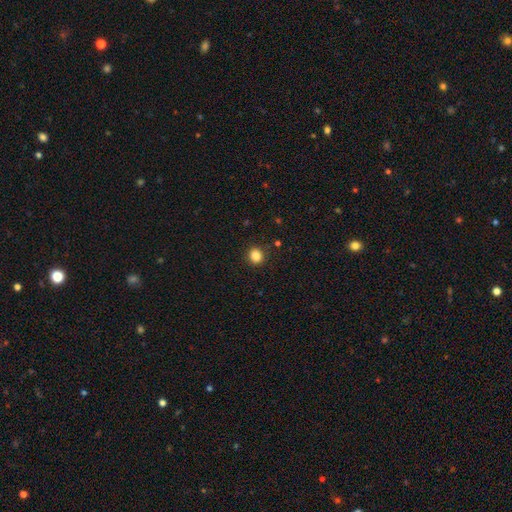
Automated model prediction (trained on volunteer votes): smooth 86%, star or artifact 11%, featured or disk 3%. Down the decision tree: how rounded — round (79%); merging — none (90%).